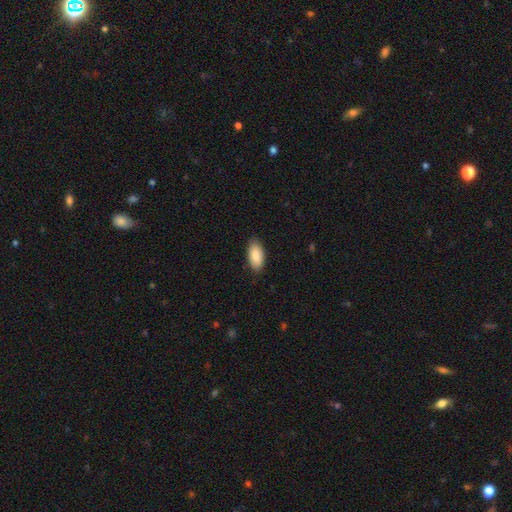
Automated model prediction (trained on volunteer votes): The model was most divided on "merging": none: 87%, minor disturbance: 10%, major disturbance: 2%, merger: 1%. More confident: how rounded — in between (92%); smooth or featured — smooth (87%).